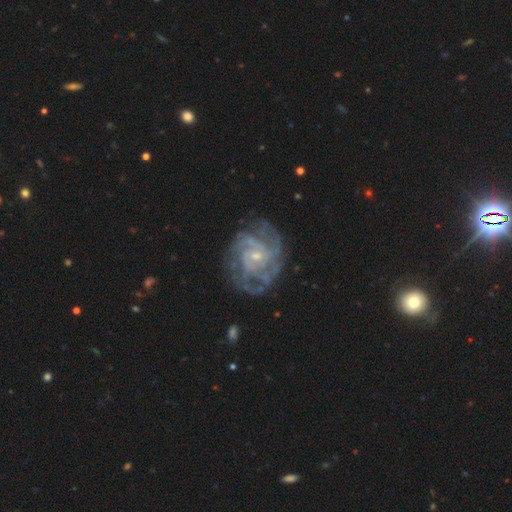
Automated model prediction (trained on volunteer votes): A featured or disk galaxy (88%) with no bar (58%), tight (60%) spiral arms (95%) and a small central bulge (69%).

Vote fractions:
- Smooth or featured? featured or disk: 88% / smooth: 6% / star or artifact: 6%
- Edge-on disk? no: 98% / yes: 2%
- Bar? no: 58% / weak: 36% / strong: 6%
- Spiral arms? yes: 95% / no: 5%
- Spiral winding? tight: 60% / medium: 33% / loose: 7%
- Spiral arm count? can't tell: 31% / 4: 20% / 3: 20% / 2: 14% / more than 4: 8% / 1: 7%
- Bulge size? small: 69% / moderate: 26% / none: 3% / large: 1% / dominant: 1%
- Merging? none: 70% / minor disturbance: 18% / major disturbance: 10% / merger: 2%